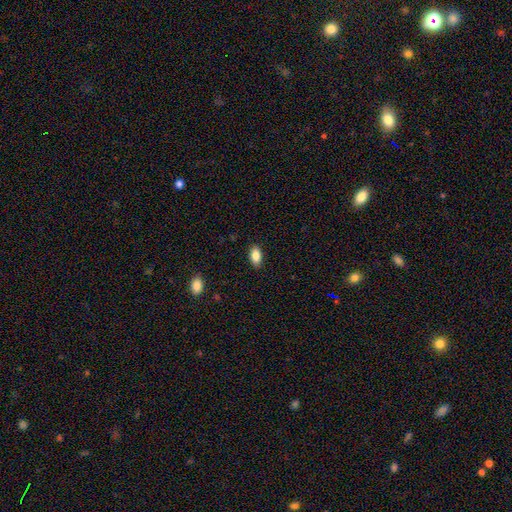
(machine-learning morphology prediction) Q: Smooth or featured?
A: smooth (87%); runner-up: star or artifact (8%)
Q: How rounded?
A: in between (91%); runner-up: round (5%)
Q: Merging?
A: none (88%); runner-up: minor disturbance (9%)